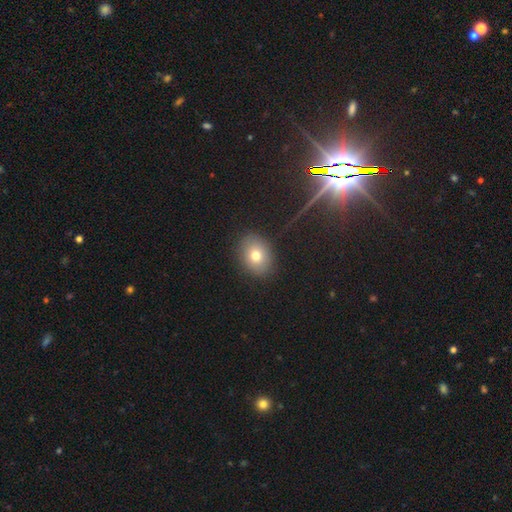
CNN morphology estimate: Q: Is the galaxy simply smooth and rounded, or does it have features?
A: smooth — 74%.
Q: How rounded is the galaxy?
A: in between — 54%.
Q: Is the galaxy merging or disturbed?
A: none — 88%.